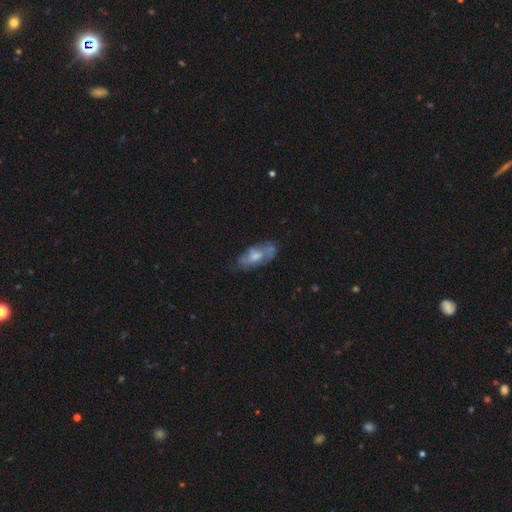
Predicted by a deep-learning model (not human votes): Overall: featured or disk (49%; smooth 44%). Merging: none (51%; minor disturbance 29%).